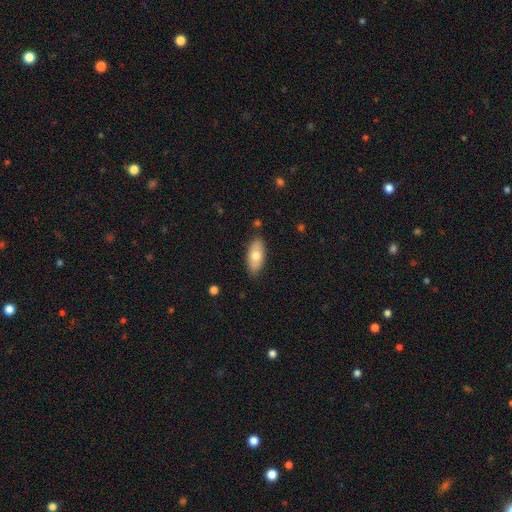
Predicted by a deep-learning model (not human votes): Morphology: type=smooth (73%); roundness=in between (88%); merging=none (85%).